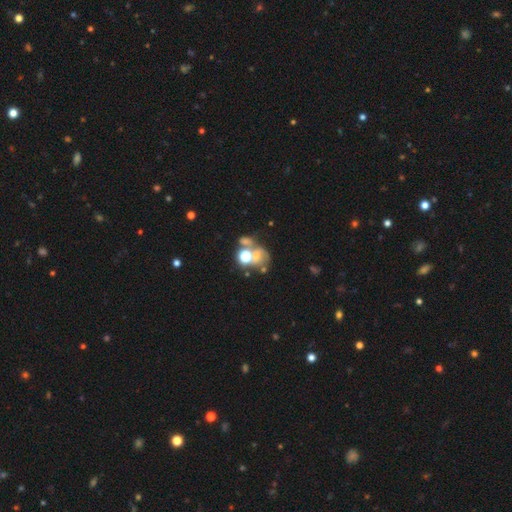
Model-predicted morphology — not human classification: smooth 40%, featured or disk 36%, star or artifact 24%. Down the decision tree: merging — merger (47%).